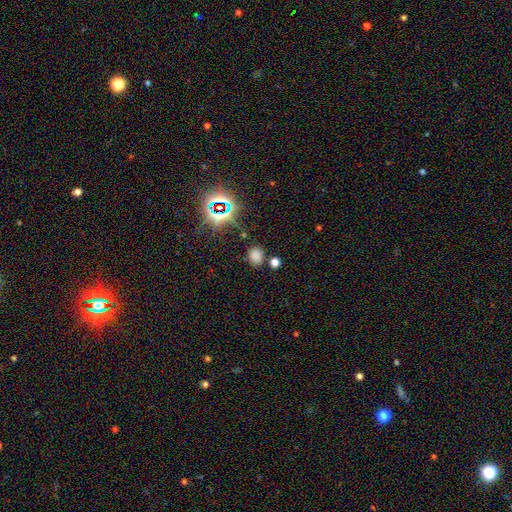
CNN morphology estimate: type=smooth (68%); roundness=round (60%); merging=none (79%).